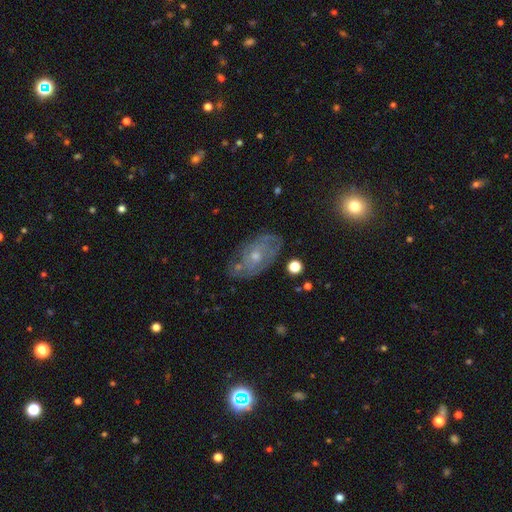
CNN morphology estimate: This is likely a featured or disk galaxy (64%). It is clearly not viewed edge-on (93%). Bar: clearly no (81%). Spiral arm pattern: likely yes (66%). Central bulge: possibly small (55%). Merging: likely none (67%).